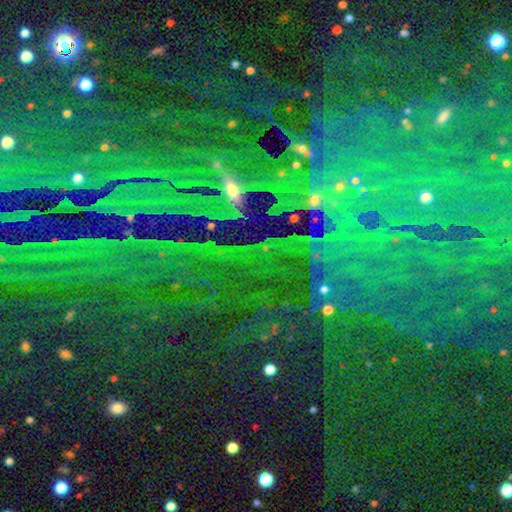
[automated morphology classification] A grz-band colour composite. It shows a star or artifact, not a galaxy (80%).